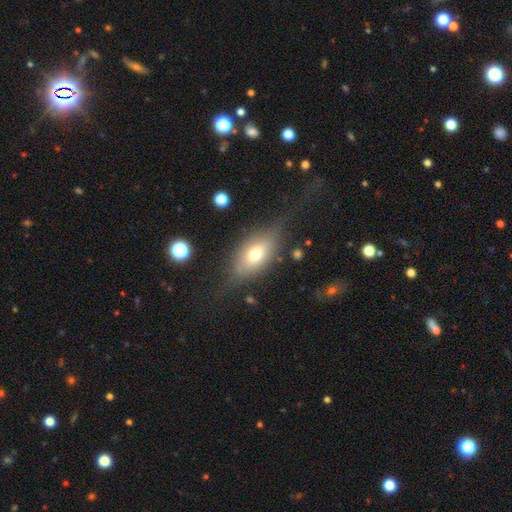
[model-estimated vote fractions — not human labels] Smooth or featured? Predicted: smooth (p=0.53). How rounded? Predicted: in between (p=0.75). Merging? Predicted: none (p=0.61).